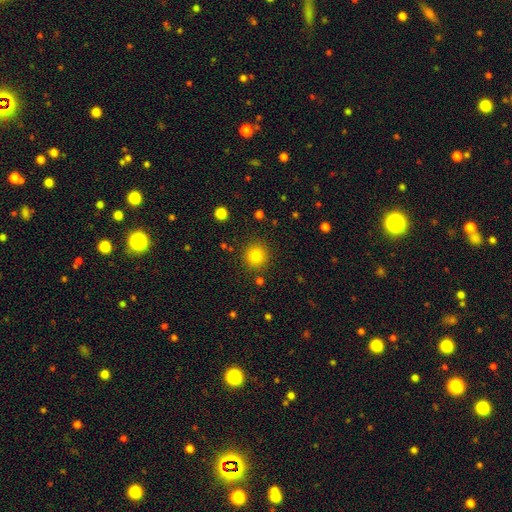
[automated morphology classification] Smooth or featured? smooth (82%)
How rounded? round (93%)
Merging? none (89%)